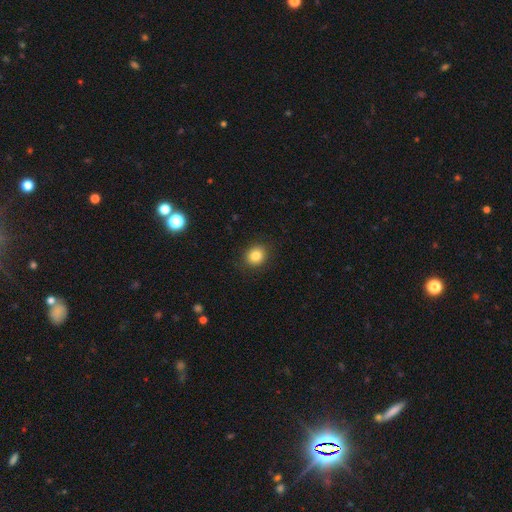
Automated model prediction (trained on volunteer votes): A smooth galaxy with no disk features (84%) that is round (78%). Merging: none (90%).